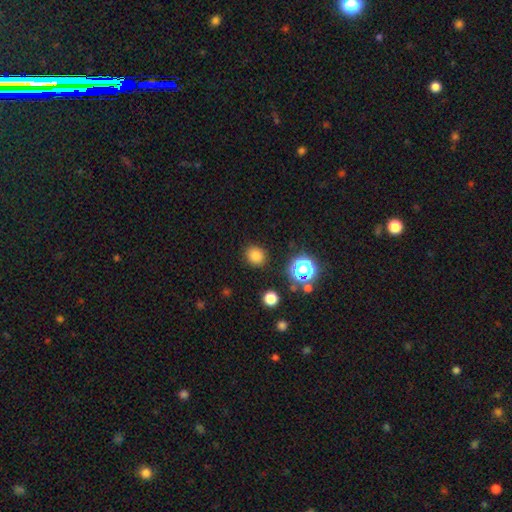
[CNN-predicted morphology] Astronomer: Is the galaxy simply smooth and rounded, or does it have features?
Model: smooth — 79%.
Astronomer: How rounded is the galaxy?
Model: round — 83%.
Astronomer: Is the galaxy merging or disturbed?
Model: none — 87%.